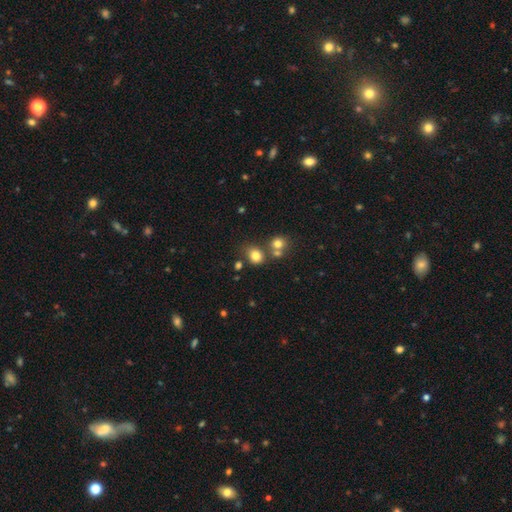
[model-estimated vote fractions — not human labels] smooth-or-featured: smooth: 78% | star or artifact: 14% | featured or disk: 9%
  how-rounded: round: 62% | in between: 37% | cigar-shaped: 1%
  merging: none: 60% | merger: 23% | minor disturbance: 12% | major disturbance: 5%